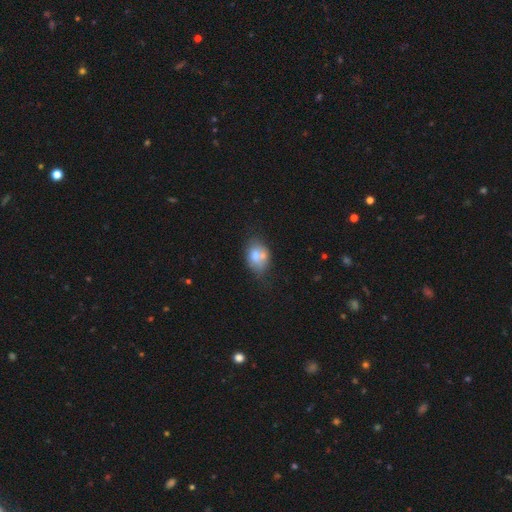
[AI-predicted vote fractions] The model was most divided on "merging": none: 40%, merger: 33%, minor disturbance: 20%, major disturbance: 7%. More confident: how rounded — in between (69%); smooth or featured — smooth (68%).